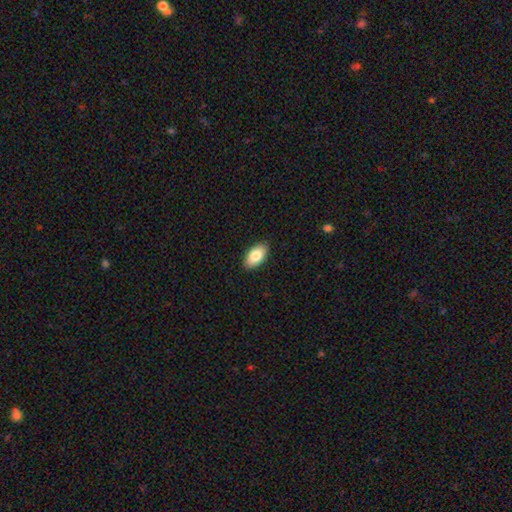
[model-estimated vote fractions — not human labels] A smooth galaxy with no disk features (82%) that is in between round and cigar-shaped (94%).

Vote fractions:
- Smooth or featured? smooth: 82% / featured or disk: 12% / star or artifact: 6%
- How rounded? in between: 94% / round: 3% / cigar-shaped: 3%
- Merging? none: 89% / minor disturbance: 8% / major disturbance: 2% / merger: 1%